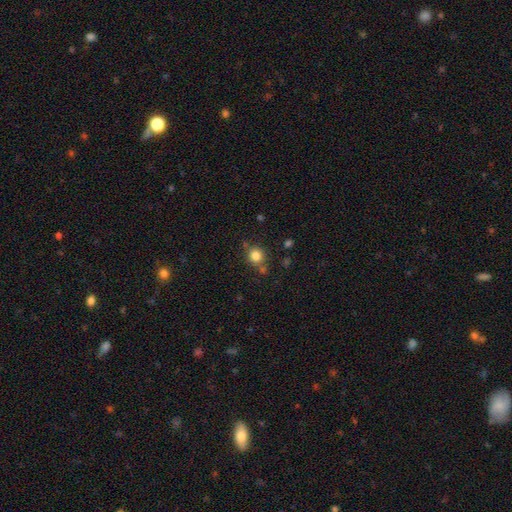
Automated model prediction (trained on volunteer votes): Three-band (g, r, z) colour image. It shows a smooth galaxy with no disk features (83%) that is round (88%). Merging: none (74%).